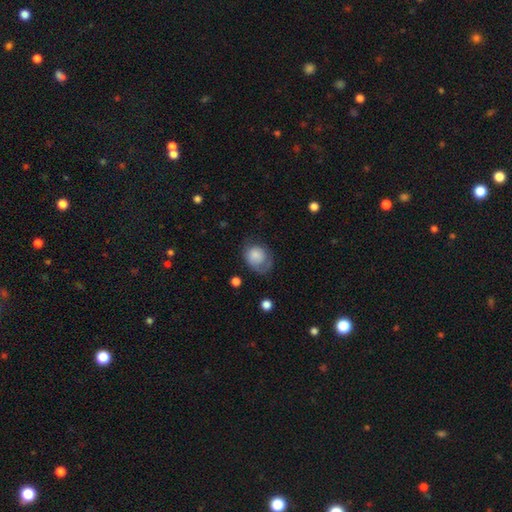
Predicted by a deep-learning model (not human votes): smooth_or_featured: smooth (p=0.71) [alt: featured or disk p=0.21]
how_rounded: round (p=0.56) [alt: in between p=0.44]
merging: none (p=0.44) [alt: minor disturbance p=0.29]